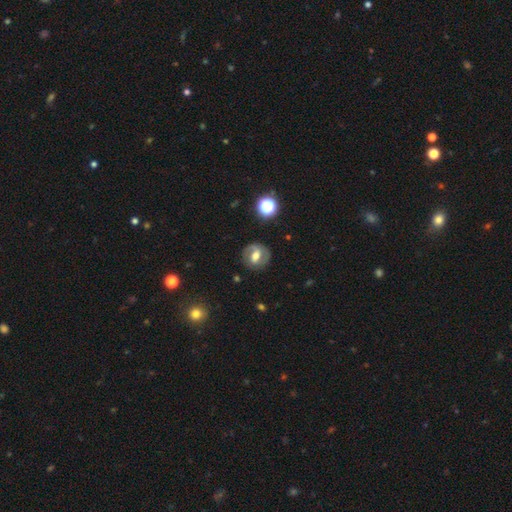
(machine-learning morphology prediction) featured or disk 61%, smooth 31%, star or artifact 9%. Down the decision tree: edge-on disk — no (96%); bar — weak (45%); spiral arms — yes (71%); bulge size — moderate (64%); merging — none (79%).